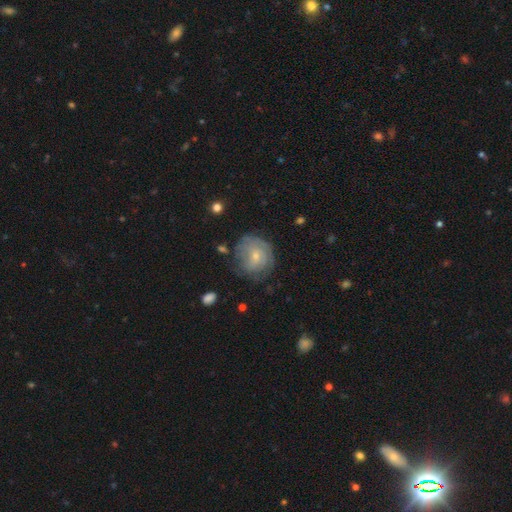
smooth-or-featured: featured or disk: 64% | smooth: 31% | star or artifact: 5%
  disk-edge-on: no: 100% | yes: 0%
    bar: no: 84% | weak: 16% | strong: 0%
    has-spiral-arms: yes: 76% | no: 24%
      spiral-winding: tight: 68% | medium: 21% | loose: 11%
      spiral-arm-count: can't tell: 68% | 2: 16% | 3: 11% | 1: 5% | 4: 0% | more than 4: 0%
    bulge-size: small: 72% | moderate: 28% | dominant: 0% | large: 0% | none: 0%
  merging: none: 62% | minor disturbance: 27% | major disturbance: 11% | merger: 0%